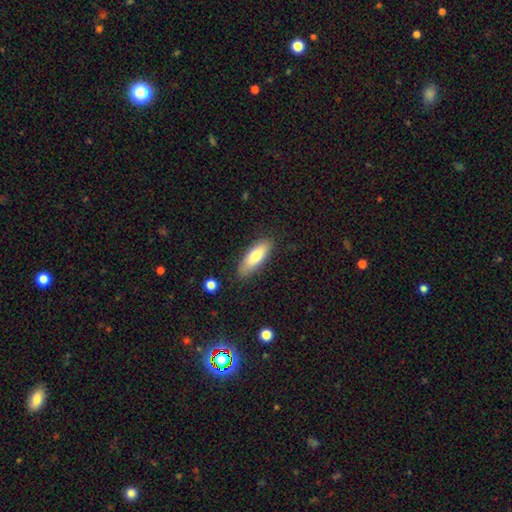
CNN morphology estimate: A smooth galaxy with no disk features (74%) that is in between round and cigar-shaped (58%). Merging: none (81%).